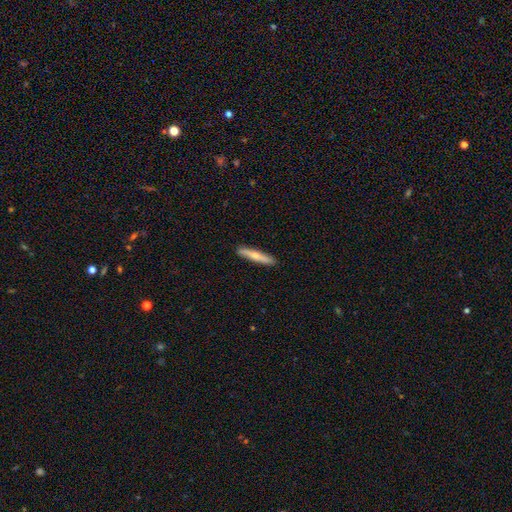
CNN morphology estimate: A smooth galaxy with no disk features (60%) that is cigar-shaped (93%).

Vote fractions:
- Smooth or featured? smooth: 60% / featured or disk: 35% / star or artifact: 5%
- How rounded? cigar-shaped: 93% / in between: 6% / round: 1%
- Merging? none: 90% / minor disturbance: 8% / major disturbance: 1% / merger: 1%